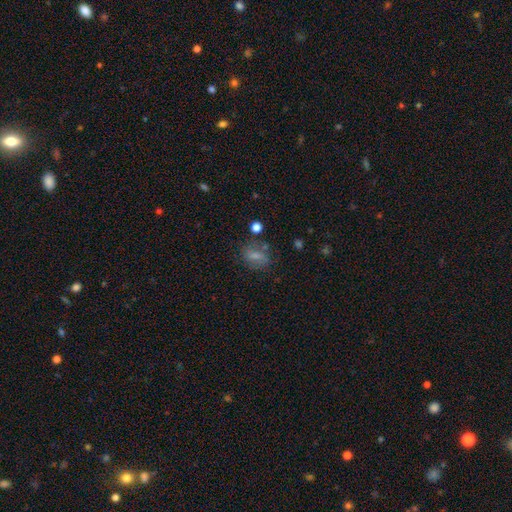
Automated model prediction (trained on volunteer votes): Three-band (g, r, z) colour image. It shows a smooth galaxy with no disk features (67%) that is in between round and cigar-shaped (68%). Merging: none (64%).